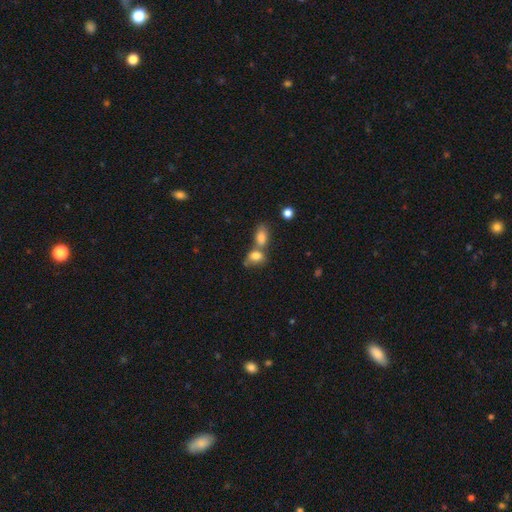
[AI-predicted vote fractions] This is clearly a smooth galaxy (80%). How rounded: likely in between (73%). Merging: possibly merger (58%).